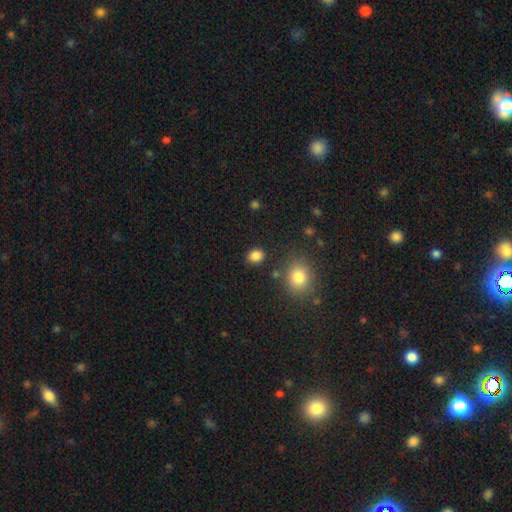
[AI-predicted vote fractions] Smooth or featured? Predicted: smooth (p=0.85). How rounded? Predicted: round (p=0.55). Merging? Predicted: none (p=0.84).